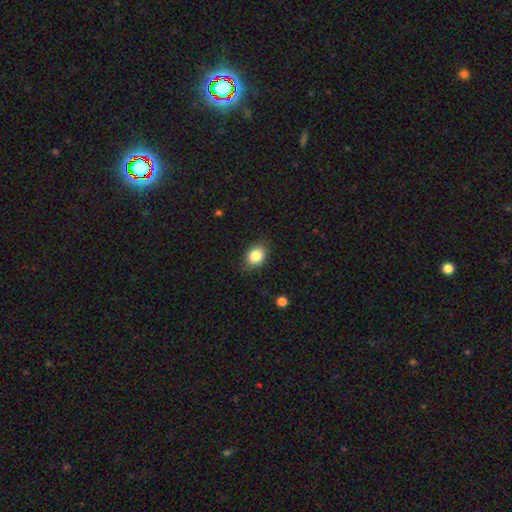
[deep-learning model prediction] smooth 85%, star or artifact 9%, featured or disk 6%. Down the decision tree: how rounded — in between (62%); merging — none (82%).